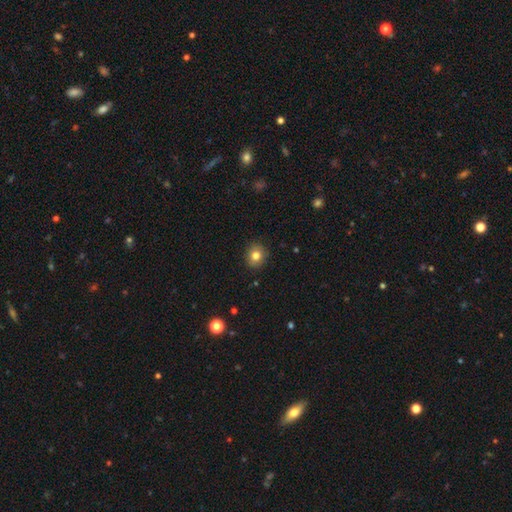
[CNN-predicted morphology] smooth_or_featured: smooth (p=0.80) [alt: star or artifact p=0.11]
how_rounded: round (p=0.77) [alt: in between p=0.22]
merging: none (p=0.88) [alt: minor disturbance p=0.09]